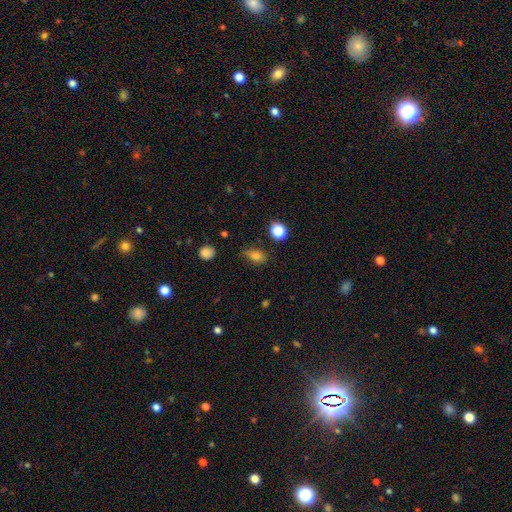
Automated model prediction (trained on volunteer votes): The model was most divided on "merging": none: 68%, minor disturbance: 24%, major disturbance: 6%, merger: 2%. More confident: smooth or featured — smooth (80%); how rounded — in between (77%).